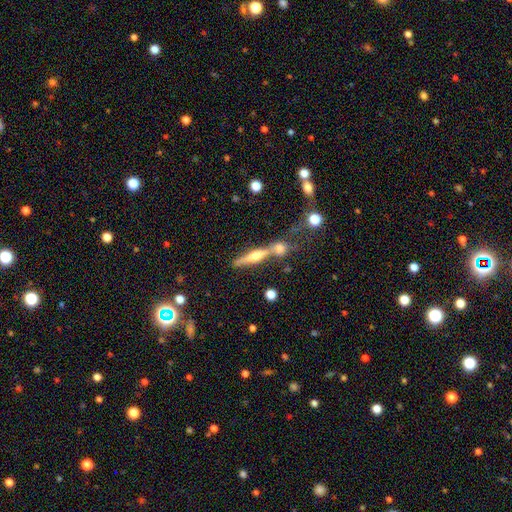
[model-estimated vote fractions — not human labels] smooth_or_featured: featured or disk (p=0.61) [alt: smooth p=0.31]
disk_edge_on: yes (p=0.93) [alt: no p=0.07]
edge_on_bulge: rounded (p=0.91) [alt: boxy p=0.05]
merging: none (p=0.51) [alt: merger p=0.34]